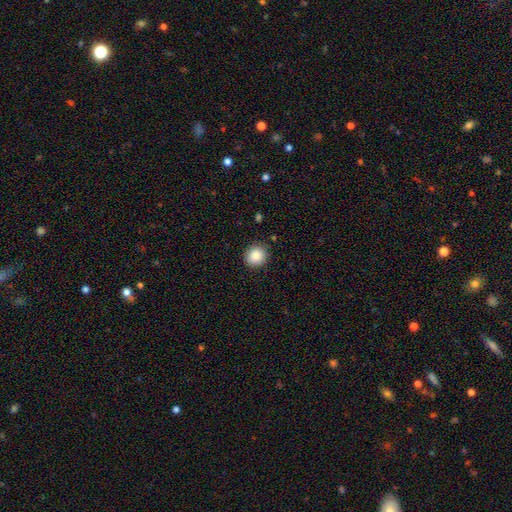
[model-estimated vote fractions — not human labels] A smooth galaxy with no disk features (87%) that is round (88%).

Vote fractions:
- Smooth or featured? smooth: 87% / star or artifact: 9% / featured or disk: 5%
- How rounded? round: 88% / in between: 11% / cigar-shaped: 1%
- Merging? none: 89% / minor disturbance: 7% / major disturbance: 2% / merger: 1%